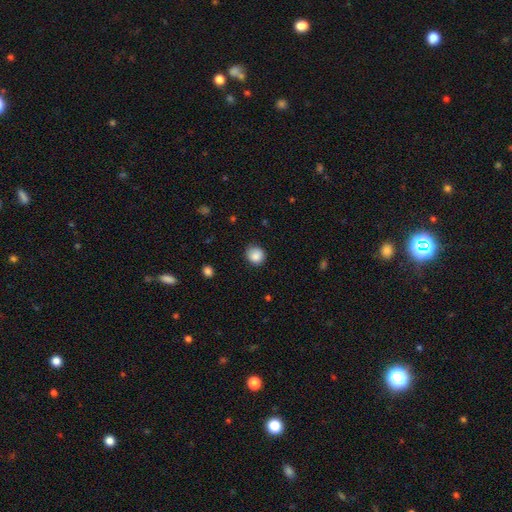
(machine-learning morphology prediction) type=smooth (87%); roundness=round (83%); merging=none (80%).